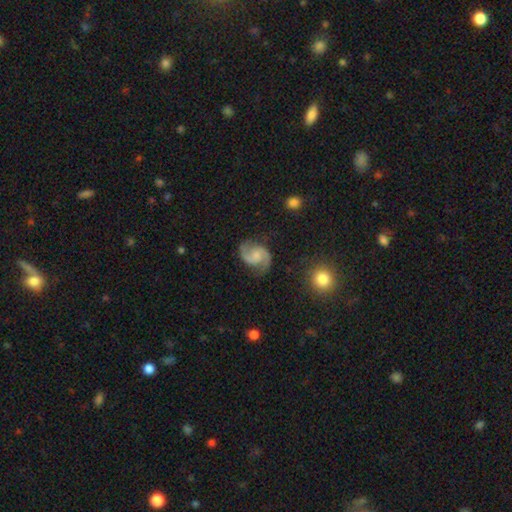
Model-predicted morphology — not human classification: Smooth or featured? Predicted: featured or disk (p=0.88). Edge-on disk? Predicted: no (p=0.98). Bar? Predicted: no (p=0.49). Spiral arms? Predicted: yes (p=0.98). Spiral winding? Predicted: medium (p=0.55). Spiral arm count? Predicted: 2 (p=0.94). Bulge size? Predicted: none (p=0.36). Merging? Predicted: none (p=0.78).